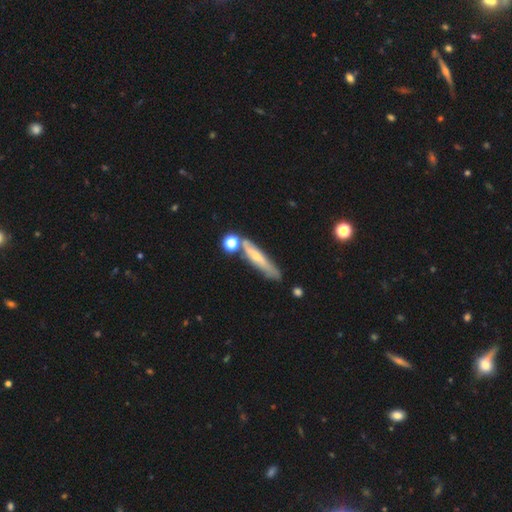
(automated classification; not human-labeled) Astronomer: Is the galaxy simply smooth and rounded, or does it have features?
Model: featured or disk — 49% (runner-up: smooth, 42%).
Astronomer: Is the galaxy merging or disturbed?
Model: none — 66%.